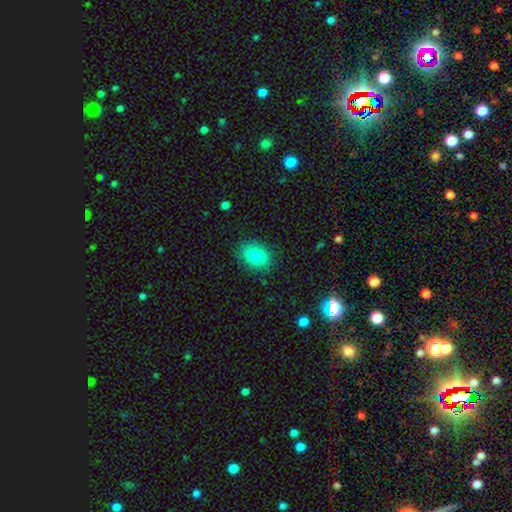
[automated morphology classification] A smooth galaxy with no disk features (83%) that is in between round and cigar-shaped (67%).

Vote fractions:
- Smooth or featured? smooth: 83% / featured or disk: 9% / star or artifact: 8%
- How rounded? in between: 67% / round: 32% / cigar-shaped: 1%
- Merging? none: 85% / minor disturbance: 11% / major disturbance: 3% / merger: 1%